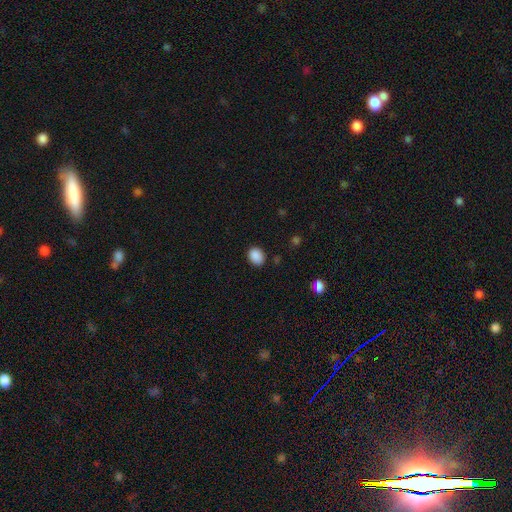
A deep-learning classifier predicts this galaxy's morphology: smooth_or_featured: smooth (p=0.88) [alt: star or artifact p=0.09]
how_rounded: in between (p=0.57) [alt: round p=0.42]
merging: none (p=0.86) [alt: minor disturbance p=0.10]